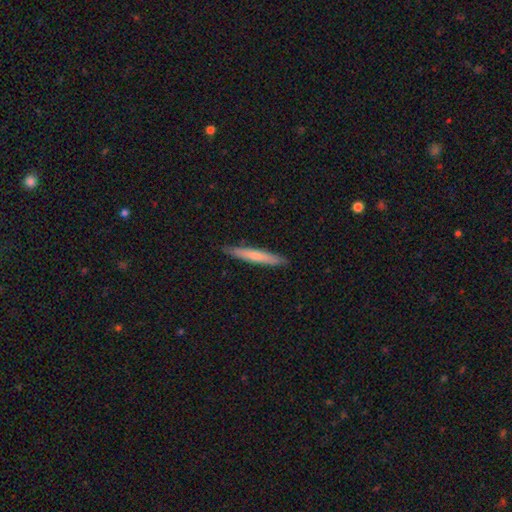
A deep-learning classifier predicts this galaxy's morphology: smooth_or_featured: smooth (p=0.64) [alt: featured or disk p=0.31]
how_rounded: cigar-shaped (p=0.95) [alt: in between p=0.03]
merging: none (p=0.89) [alt: minor disturbance p=0.08]